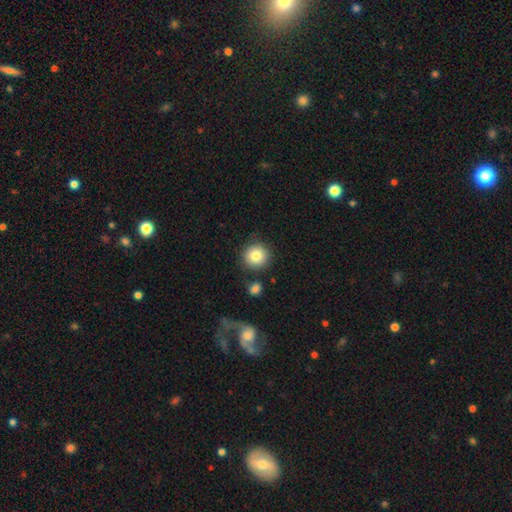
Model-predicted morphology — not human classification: type=smooth (82%); roundness=round (93%); merging=none (82%).